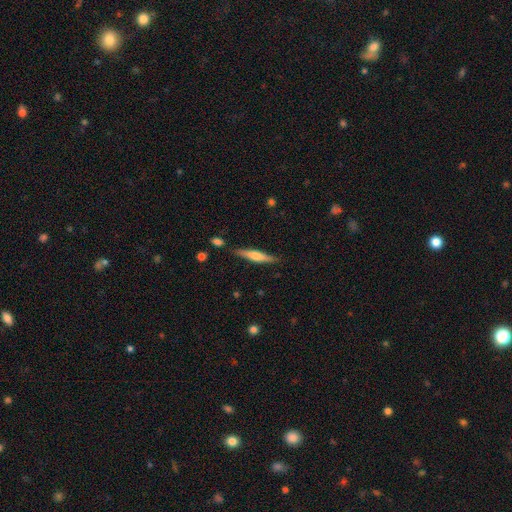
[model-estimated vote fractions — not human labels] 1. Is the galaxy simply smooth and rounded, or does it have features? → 52% featured or disk, 42% smooth, 6% star or artifact.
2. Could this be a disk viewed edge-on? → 96% yes, 4% no.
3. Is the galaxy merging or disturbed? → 86% none, 10% minor disturbance, 2% merger, 2% major disturbance.